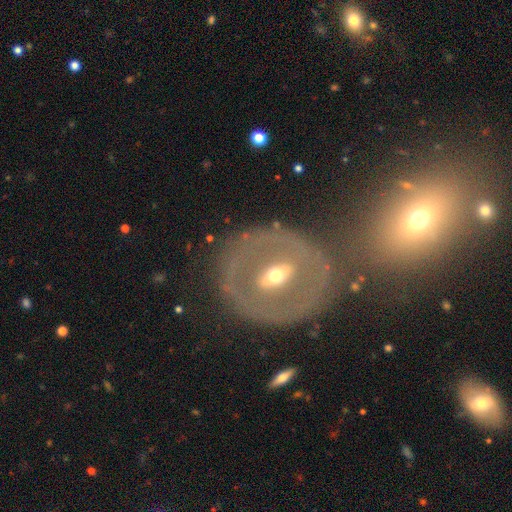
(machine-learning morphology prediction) type=featured or disk (70%); edge-on=no (92%); bar=strong (36%); spiral arms=no (69%); bulge=moderate (60%); merging=none (69%).